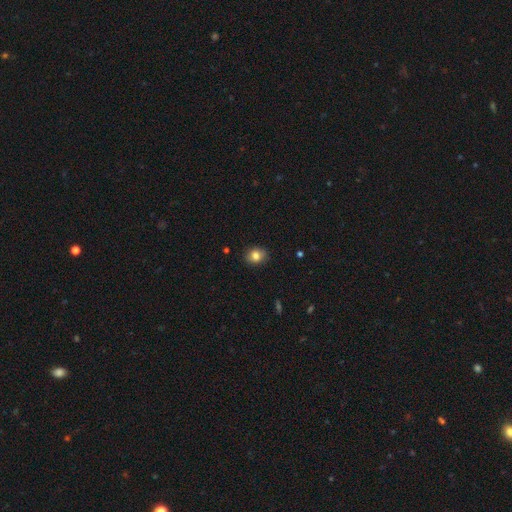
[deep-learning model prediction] The model was most divided on "how rounded": round: 57%, in between: 42%, cigar-shaped: 1%. More confident: merging — none (87%); smooth or featured — smooth (82%).